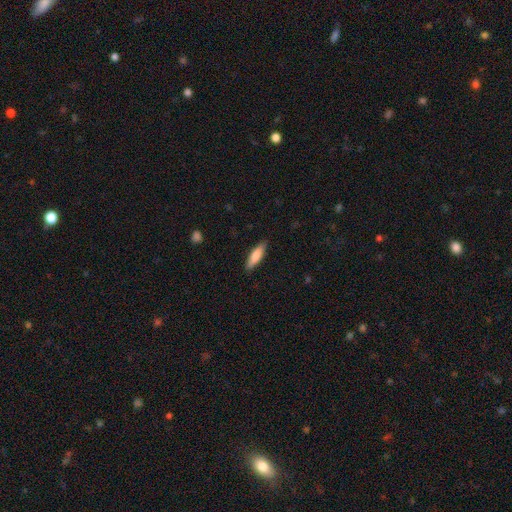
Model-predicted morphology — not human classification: Smooth or featured? Predicted: smooth (p=0.80). How rounded? Predicted: cigar-shaped (p=0.55). Merging? Predicted: none (p=0.87).